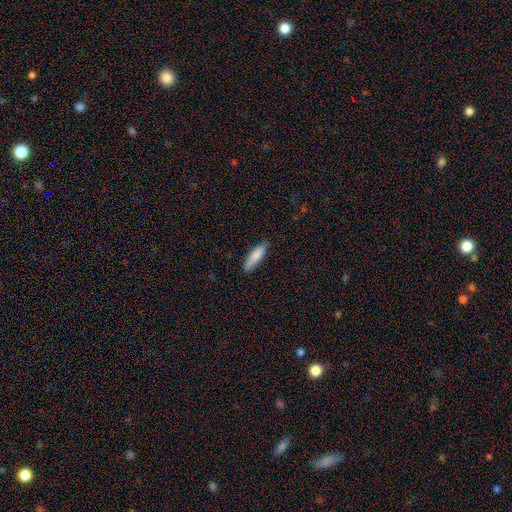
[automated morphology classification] Smooth or featured?
  - smooth: 82% *
  - featured or disk: 12%
  - star or artifact: 6%
How rounded?
  - cigar-shaped: 70% *
  - in between: 29%
  - round: 1%
Merging?
  - none: 85% *
  - minor disturbance: 12%
  - major disturbance: 2%
  - merger: 1%